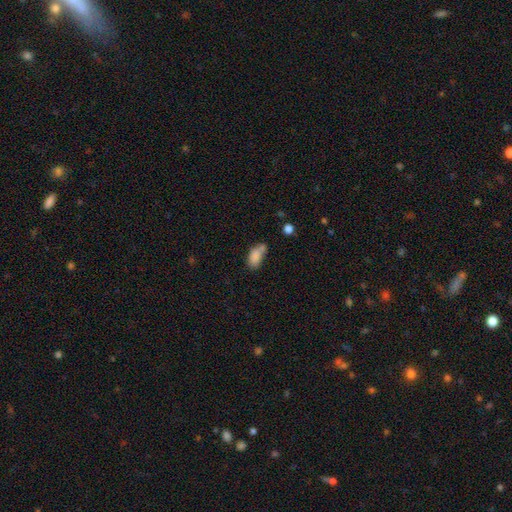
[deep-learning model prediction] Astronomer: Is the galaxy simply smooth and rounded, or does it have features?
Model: smooth — 81%.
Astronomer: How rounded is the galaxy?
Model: in between — 90%.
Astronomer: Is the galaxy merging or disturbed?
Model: none — 40% (runner-up: merger, 27%).